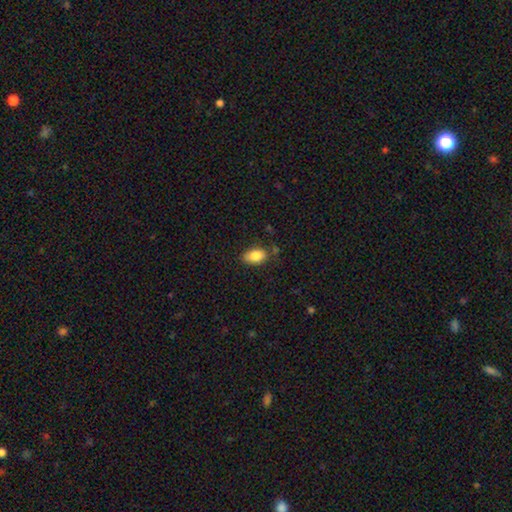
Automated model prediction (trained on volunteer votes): smooth 84%, featured or disk 8%, star or artifact 8%. Down the decision tree: how rounded — in between (89%); merging — none (72%).